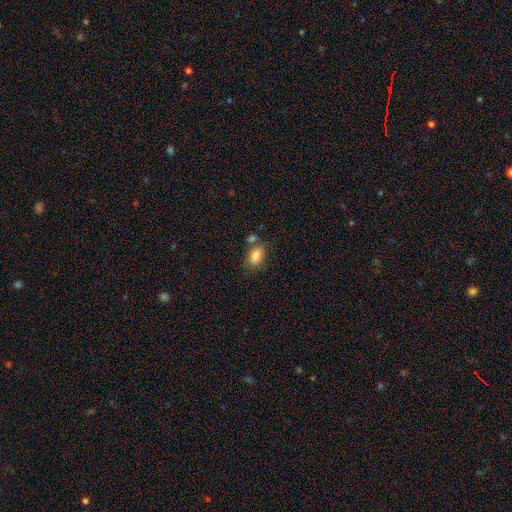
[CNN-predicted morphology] smooth-or-featured: smooth: 84% | star or artifact: 8% | featured or disk: 8%
  how-rounded: in between: 87% | round: 11% | cigar-shaped: 2%
  merging: none: 62% | merger: 18% | minor disturbance: 15% | major disturbance: 4%